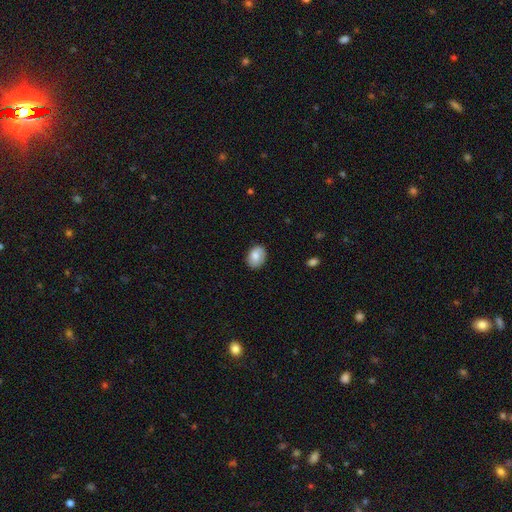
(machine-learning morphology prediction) Smooth or featured: smooth — 77% (featured or disk — 16%)
How rounded: in between — 64% (round — 35%)
Merging: none — 82% (minor disturbance — 14%)